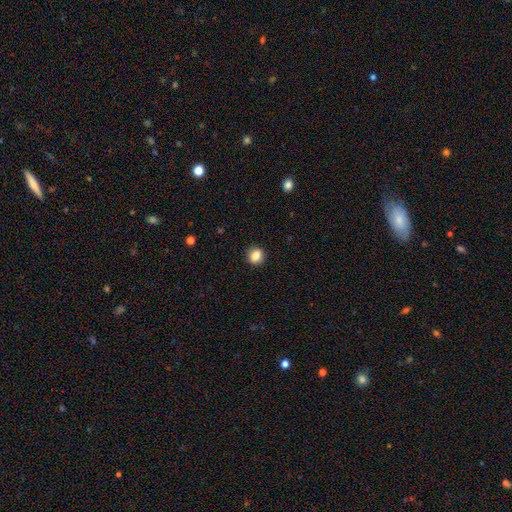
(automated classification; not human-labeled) Overall: smooth (84%). How rounded: round (68%; in between 31%). Merging: none (90%).